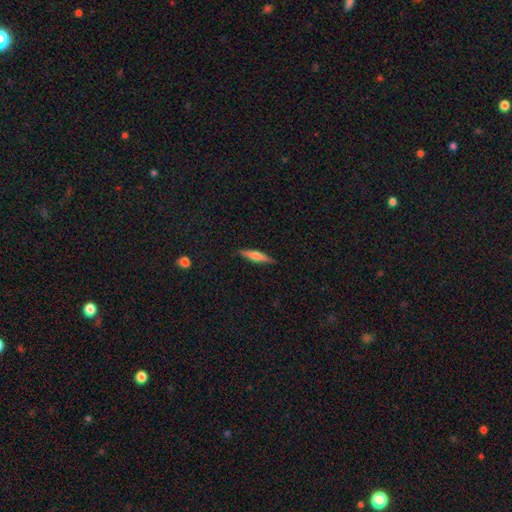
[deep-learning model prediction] Overall: smooth (47%; featured or disk 46%). Merging: none (88%).